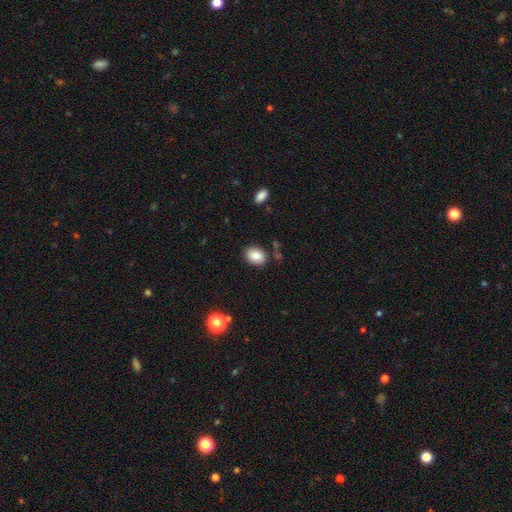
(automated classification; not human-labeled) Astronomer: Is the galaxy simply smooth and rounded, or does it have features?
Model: smooth — 84%.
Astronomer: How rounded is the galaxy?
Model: in between — 62% (runner-up: round, 37%).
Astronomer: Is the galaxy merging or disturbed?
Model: none — 83%.